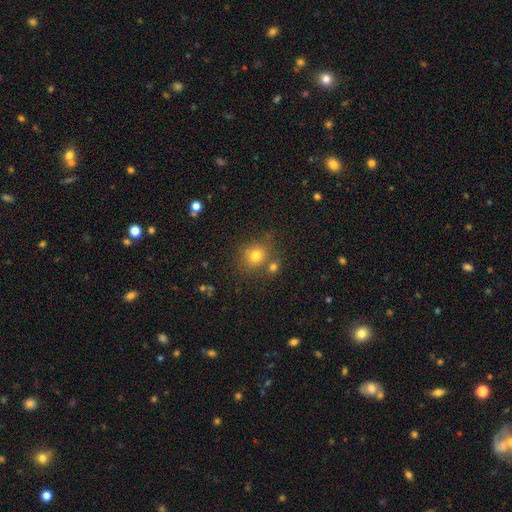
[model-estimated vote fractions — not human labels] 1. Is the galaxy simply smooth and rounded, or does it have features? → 76% smooth, 14% star or artifact, 9% featured or disk.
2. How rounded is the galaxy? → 84% round, 15% in between, 1% cigar-shaped.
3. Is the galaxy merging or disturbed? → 68% none, 17% merger, 11% minor disturbance, 4% major disturbance.